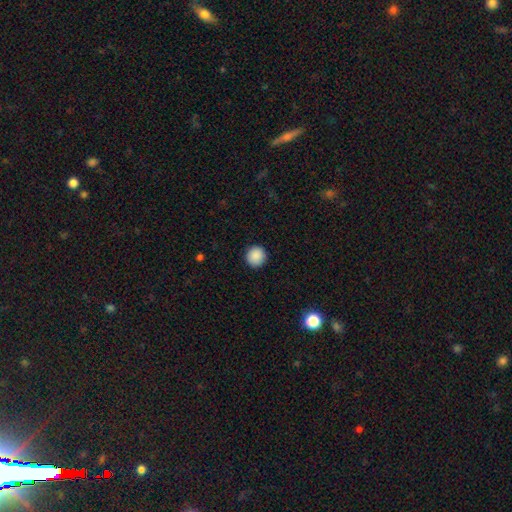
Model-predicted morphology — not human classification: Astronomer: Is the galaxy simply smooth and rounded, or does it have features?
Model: smooth — 89%.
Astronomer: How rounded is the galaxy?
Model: round — 94%.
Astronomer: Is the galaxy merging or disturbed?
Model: none — 92%.